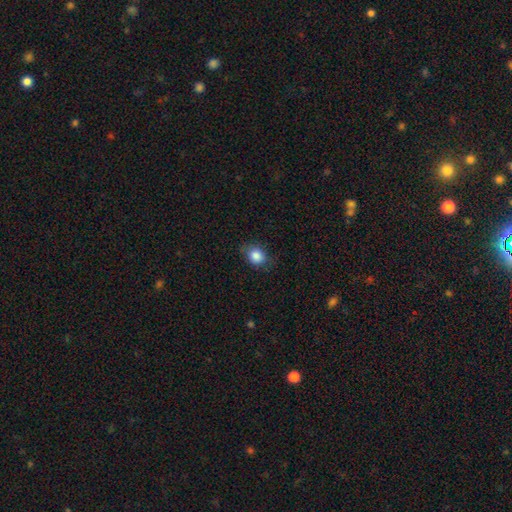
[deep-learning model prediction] Smooth or featured?
  - smooth: 85% *
  - star or artifact: 9%
  - featured or disk: 6%
How rounded?
  - round: 60% *
  - in between: 38%
  - cigar-shaped: 1%
Merging?
  - none: 73% *
  - minor disturbance: 20%
  - major disturbance: 6%
  - merger: 1%